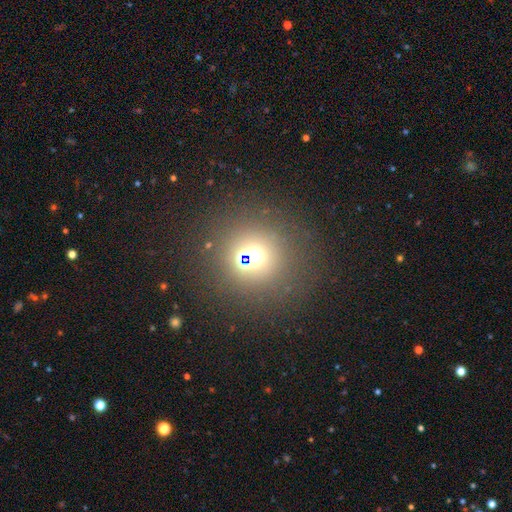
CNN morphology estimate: smooth-or-featured: smooth: 54% | star or artifact: 36% | featured or disk: 10%
  how-rounded: round: 90% | in between: 9% | cigar-shaped: 1%
  merging: none: 80% | minor disturbance: 8% | merger: 7% | major disturbance: 5%